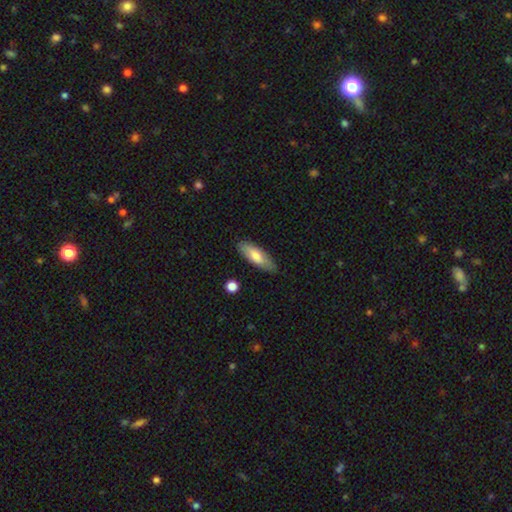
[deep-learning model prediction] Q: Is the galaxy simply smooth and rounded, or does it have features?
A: smooth — 72%.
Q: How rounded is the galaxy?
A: in between — 62%.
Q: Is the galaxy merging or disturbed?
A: none — 83%.